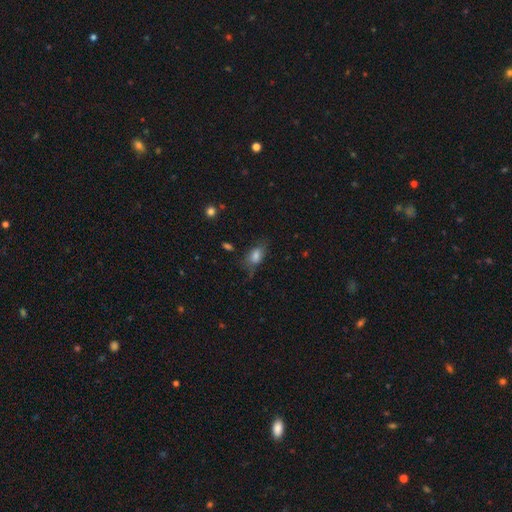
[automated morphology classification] Overall: smooth (72%). How rounded: in between (85%). Merging: none (54%; minor disturbance 28%).